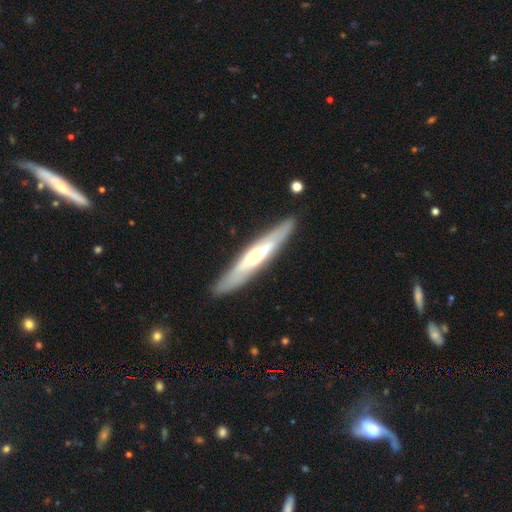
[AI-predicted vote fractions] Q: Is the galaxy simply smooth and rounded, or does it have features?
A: featured or disk — 59%.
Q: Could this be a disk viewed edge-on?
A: yes — 83%.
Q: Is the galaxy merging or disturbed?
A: none — 87%.